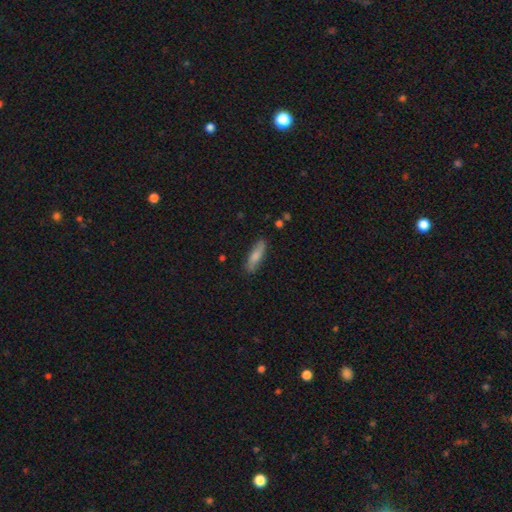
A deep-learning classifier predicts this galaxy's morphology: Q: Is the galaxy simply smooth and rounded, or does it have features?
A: smooth — 74%.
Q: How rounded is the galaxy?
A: cigar-shaped — 60%.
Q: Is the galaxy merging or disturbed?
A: none — 83%.